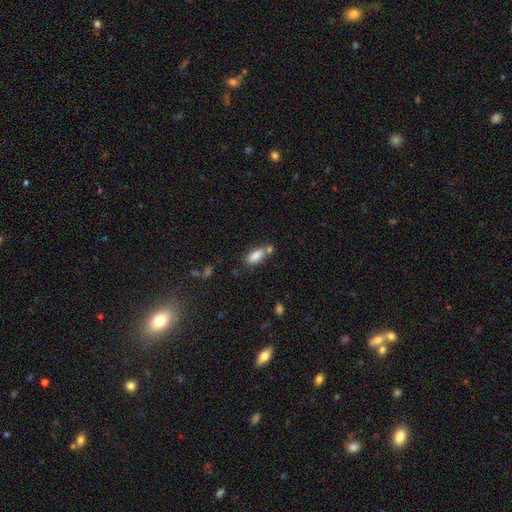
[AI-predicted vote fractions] Q: Smooth or featured?
A: smooth (83%); runner-up: featured or disk (9%)
Q: How rounded?
A: in between (86%); runner-up: cigar-shaped (11%)
Q: Merging?
A: none (54%); runner-up: merger (25%)